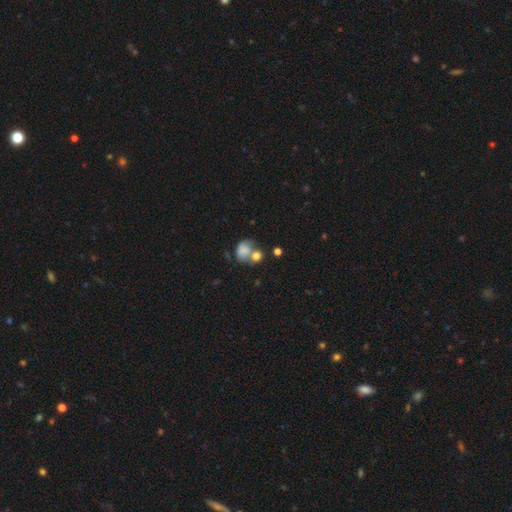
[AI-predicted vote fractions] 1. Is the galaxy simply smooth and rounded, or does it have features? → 45% smooth, 29% star or artifact, 26% featured or disk.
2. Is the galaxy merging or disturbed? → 47% none, 31% merger, 12% minor disturbance, 9% major disturbance.